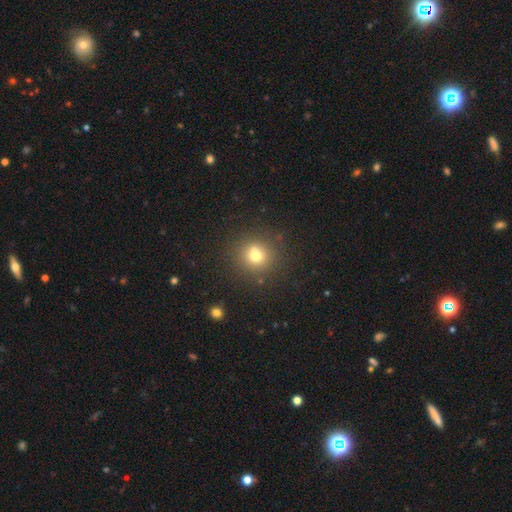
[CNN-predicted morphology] Smooth or featured: smooth — 70% (star or artifact — 18%)
How rounded: round — 92% (in between — 7%)
Merging: none — 75% (merger — 12%)